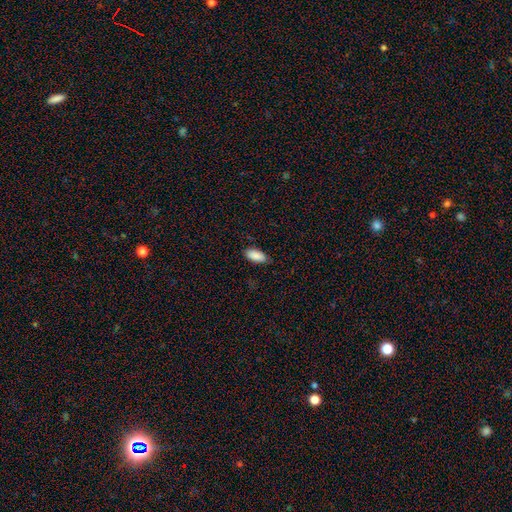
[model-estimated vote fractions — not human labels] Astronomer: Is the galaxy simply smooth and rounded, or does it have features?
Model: smooth — 90%.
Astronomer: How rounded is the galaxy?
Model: in between — 92%.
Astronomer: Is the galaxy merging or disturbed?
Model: none — 83%.